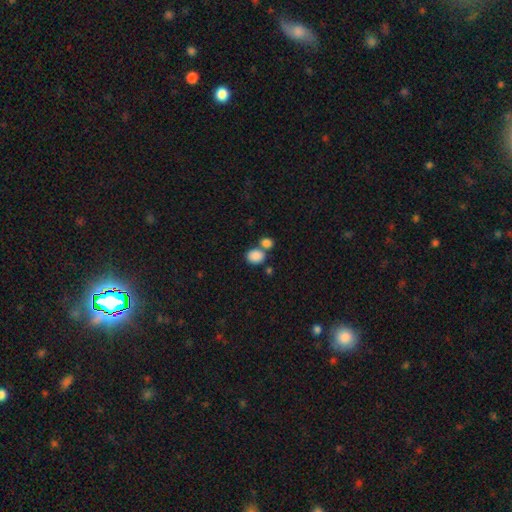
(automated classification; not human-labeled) Morphology: type=smooth (86%); roundness=in between (50%); merging=none (48%).